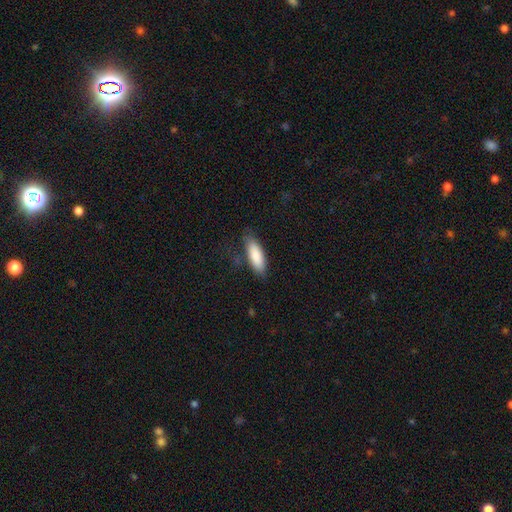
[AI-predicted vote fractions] Smooth or featured?
  - smooth: 86% *
  - featured or disk: 8%
  - star or artifact: 6%
How rounded?
  - in between: 67% *
  - cigar-shaped: 32%
  - round: 2%
Merging?
  - none: 74% *
  - minor disturbance: 19%
  - major disturbance: 6%
  - merger: 2%